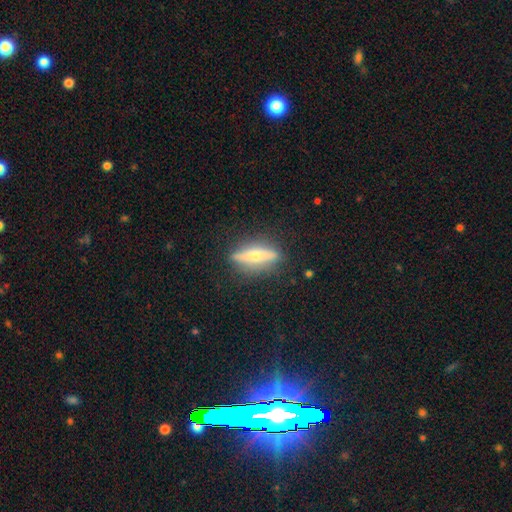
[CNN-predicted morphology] This is possibly a featured or disk galaxy (60%). It is clearly viewed edge-on (89%). Edge-on bulge: clearly rounded (85%). Merging: clearly none (84%).